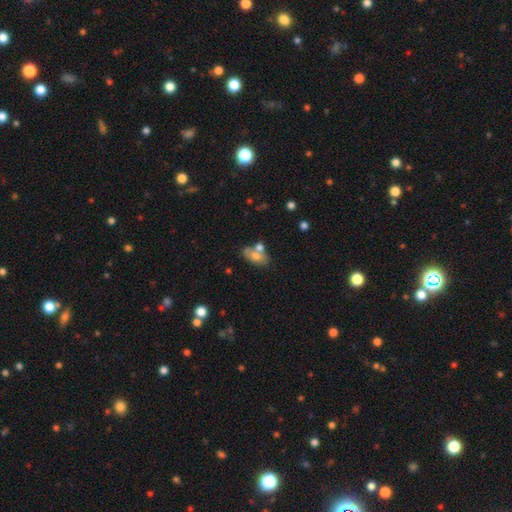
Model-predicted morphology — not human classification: Overall: smooth (63%; featured or disk 28%). How rounded: in between (88%). Merging: none (45%; merger 34%).